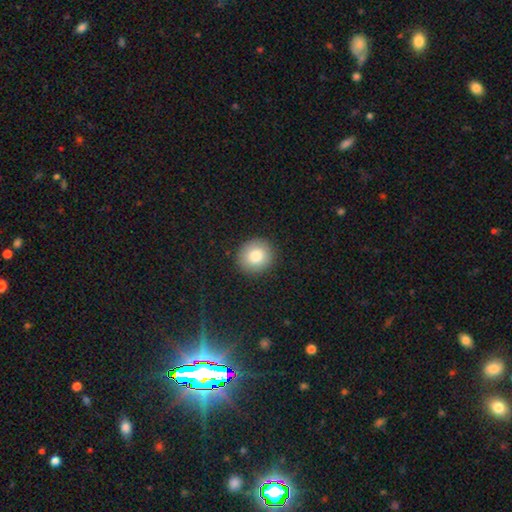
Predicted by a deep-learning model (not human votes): This appears to be a smooth galaxy with no disk features (82%) that is round (87%). Merging: none (91%).